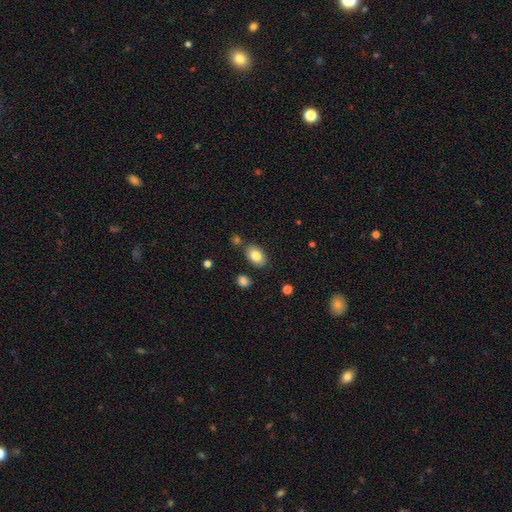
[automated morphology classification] Smooth or featured: smooth — 83% (featured or disk — 9%)
How rounded: in between — 87% (round — 12%)
Merging: none — 79% (minor disturbance — 12%)